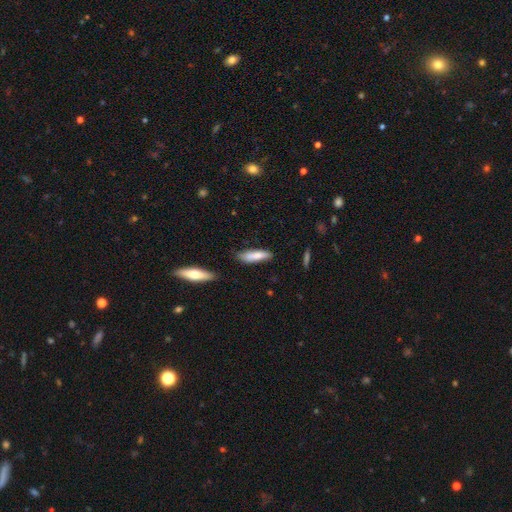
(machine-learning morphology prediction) This appears to be a smooth galaxy with no disk features (79%) that is cigar-shaped (70%). Merging: none (75%).